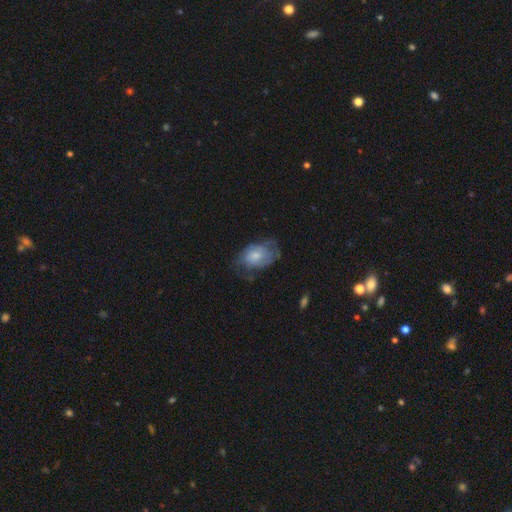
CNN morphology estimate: smooth-or-featured: smooth: 52% | featured or disk: 41% | star or artifact: 7%
  how-rounded: in between: 86% | round: 13% | cigar-shaped: 1%
  merging: none: 46% | minor disturbance: 31% | major disturbance: 21% | merger: 2%